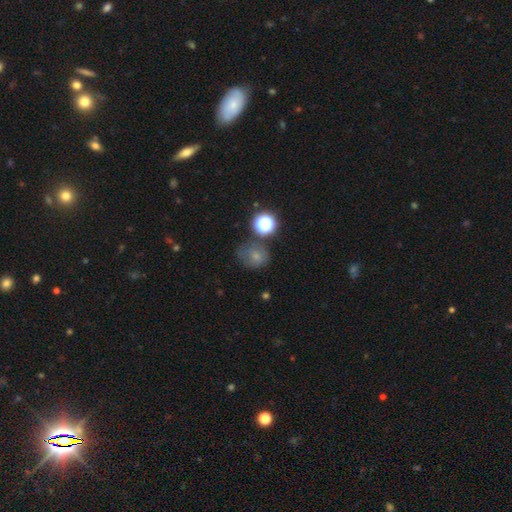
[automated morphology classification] type=smooth (65%); roundness=round (63%); merging=none (55%).